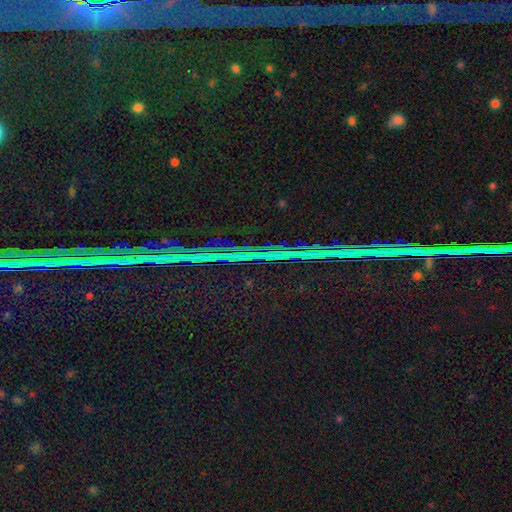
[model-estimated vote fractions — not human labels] smooth-or-featured: star or artifact: 84% | featured or disk: 8% | smooth: 7%